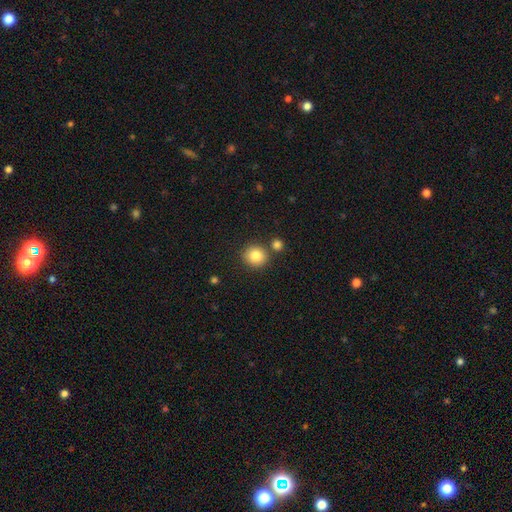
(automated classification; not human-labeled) Q: Smooth or featured?
A: smooth (83%); runner-up: star or artifact (10%)
Q: How rounded?
A: round (88%); runner-up: in between (11%)
Q: Merging?
A: none (79%); runner-up: merger (11%)